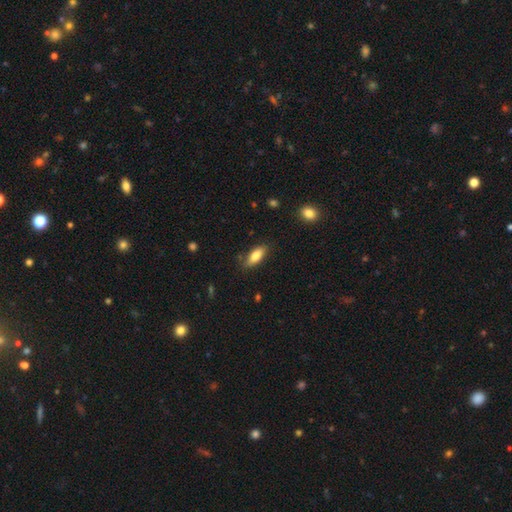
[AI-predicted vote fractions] A smooth galaxy with no disk features (79%) that is in between round and cigar-shaped (73%).

Vote fractions:
- Smooth or featured? smooth: 79% / featured or disk: 15% / star or artifact: 7%
- How rounded? in between: 73% / cigar-shaped: 25% / round: 2%
- Merging? none: 80% / minor disturbance: 15% / major disturbance: 3% / merger: 2%